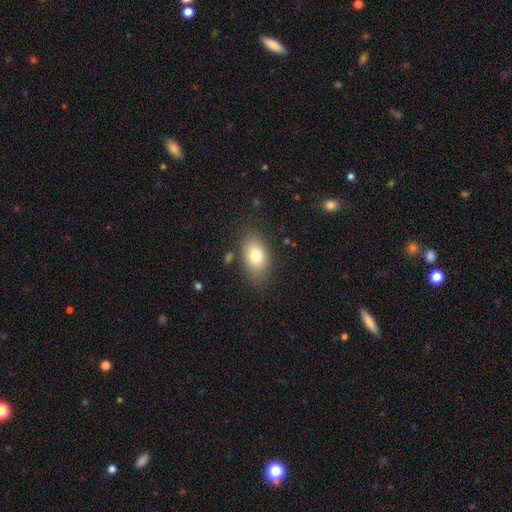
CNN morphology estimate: The model was most divided on "smooth or featured": smooth: 77%, featured or disk: 14%, star or artifact: 9%. More confident: how rounded — in between (87%); merging — none (79%).